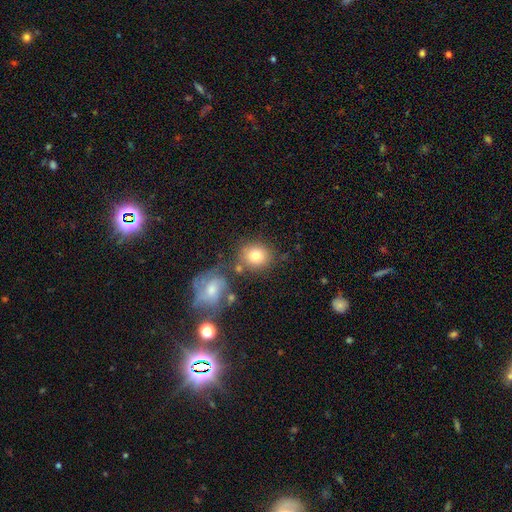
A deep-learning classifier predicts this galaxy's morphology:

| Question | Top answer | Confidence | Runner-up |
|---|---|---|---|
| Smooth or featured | smooth | 77% | featured or disk (15%) |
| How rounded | round | 74% | in between (25%) |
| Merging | none | 66% | merger (15%) |